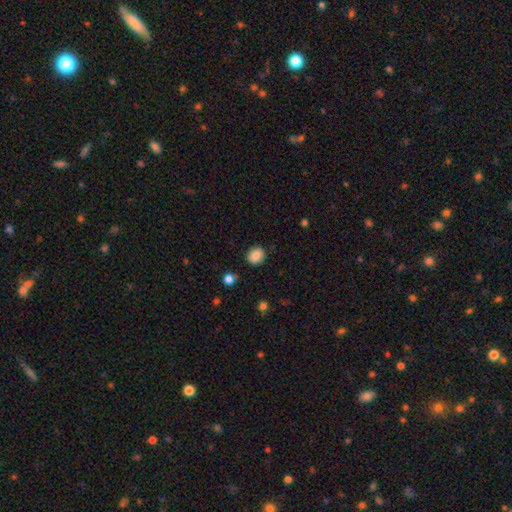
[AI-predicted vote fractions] A smooth galaxy with no disk features (86%) that is round (65%). Merging: none (86%).